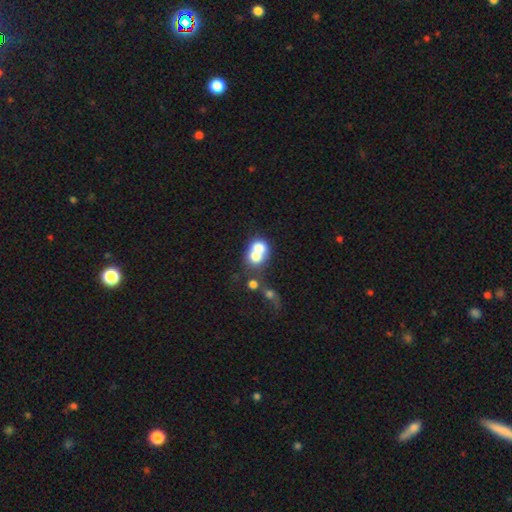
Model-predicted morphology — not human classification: A smooth galaxy with no disk features (66%) that is round (62%).

Vote fractions:
- Smooth or featured? smooth: 66% / featured or disk: 23% / star or artifact: 11%
- How rounded? round: 62% / in between: 37% / cigar-shaped: 1%
- Merging? merger: 69% / none: 20% / minor disturbance: 6% / major disturbance: 5%